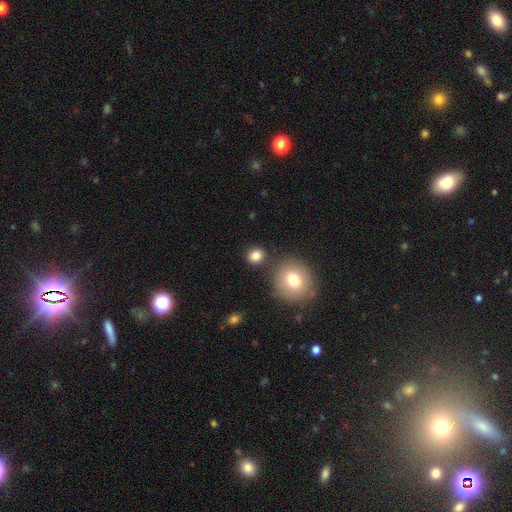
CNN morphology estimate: The model was most divided on "how rounded": round: 81%, in between: 18%, cigar-shaped: 1%. More confident: smooth or featured — smooth (83%); merging — none (81%).